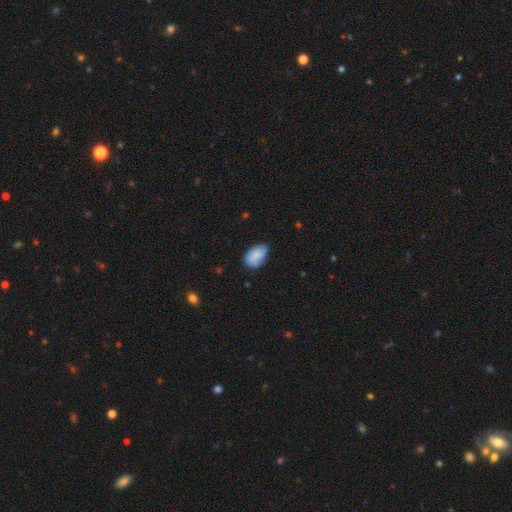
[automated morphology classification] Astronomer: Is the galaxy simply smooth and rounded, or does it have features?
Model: smooth — 84%.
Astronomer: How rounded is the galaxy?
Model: in between — 91%.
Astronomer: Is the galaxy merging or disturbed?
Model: none — 64%.